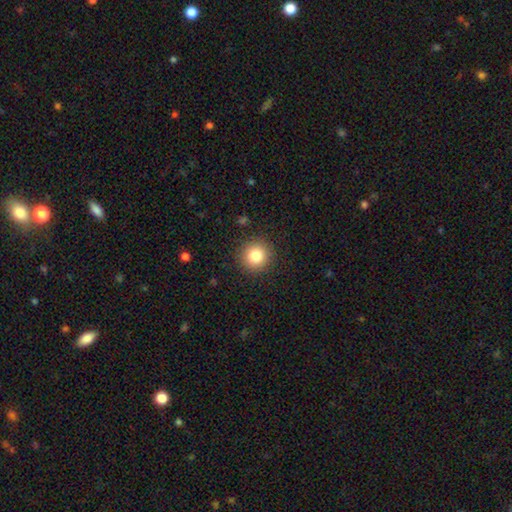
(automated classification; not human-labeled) The model was most divided on "smooth or featured": smooth: 83%, star or artifact: 10%, featured or disk: 7%. More confident: how rounded — round (94%); merging — none (90%).